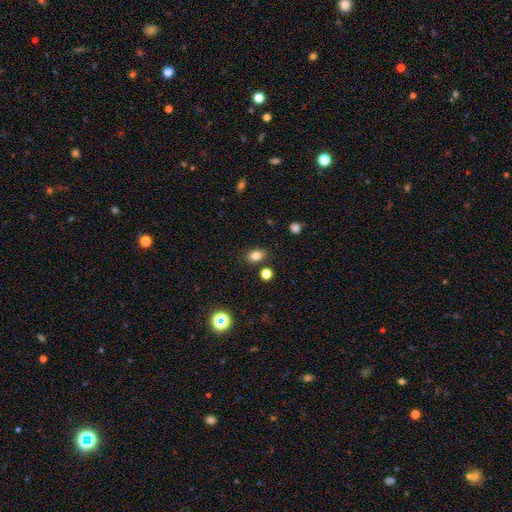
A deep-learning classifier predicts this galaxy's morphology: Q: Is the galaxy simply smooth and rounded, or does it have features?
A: smooth — 80%.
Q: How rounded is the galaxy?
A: in between — 75%.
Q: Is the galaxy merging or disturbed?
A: none — 81%.